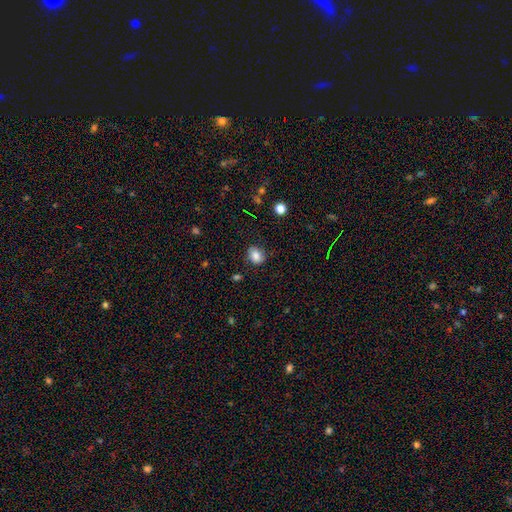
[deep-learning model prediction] smooth-or-featured: smooth: 82% | star or artifact: 10% | featured or disk: 8%
  how-rounded: in between: 58% | round: 41% | cigar-shaped: 1%
  merging: none: 80% | minor disturbance: 14% | major disturbance: 3% | merger: 2%